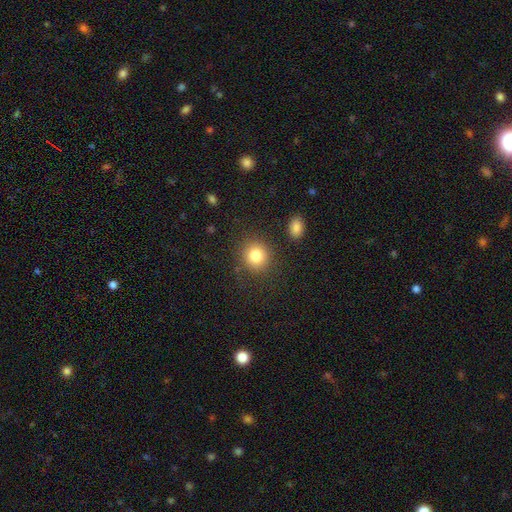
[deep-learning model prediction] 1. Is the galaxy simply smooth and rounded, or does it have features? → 83% smooth, 10% star or artifact, 7% featured or disk.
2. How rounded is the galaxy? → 87% round, 12% in between, 1% cigar-shaped.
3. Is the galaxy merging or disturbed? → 85% none, 9% minor disturbance, 4% major disturbance, 3% merger.